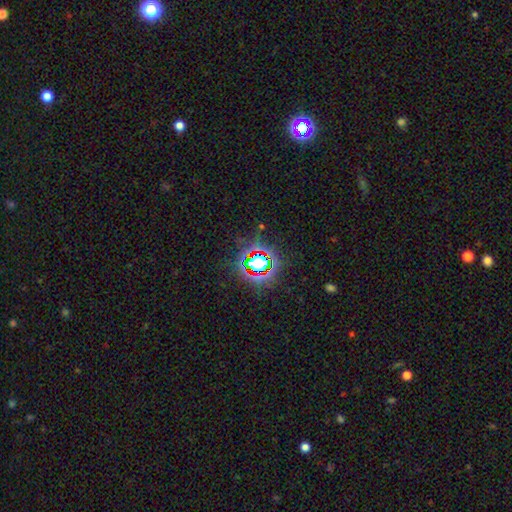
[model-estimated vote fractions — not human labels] Smooth or featured? Predicted: star or artifact (p=0.70).